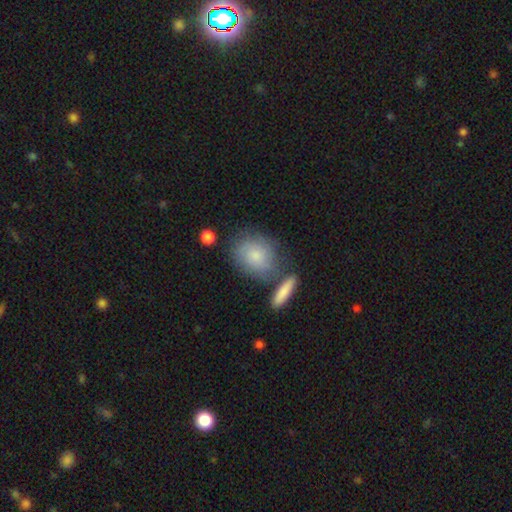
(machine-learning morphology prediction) smooth 72%, featured or disk 21%, star or artifact 7%. Down the decision tree: how rounded — round (49%); merging — none (60%).